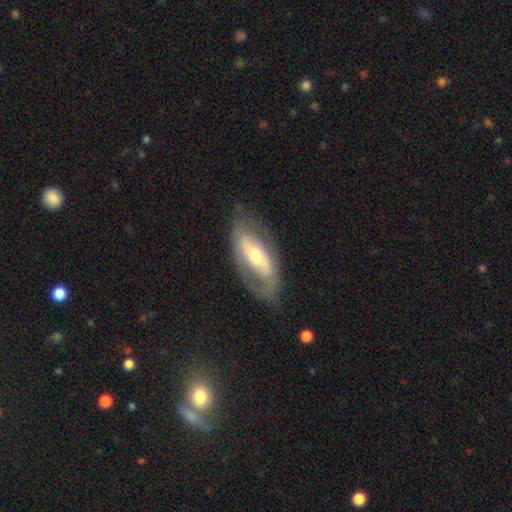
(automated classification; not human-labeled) This is likely a featured or disk galaxy (71%). It is clearly not viewed edge-on (88%). Bar: marginally strong (37%). Spiral arm pattern: likely yes (66%). Central bulge: likely moderate (60%). Merging: likely none (72%).